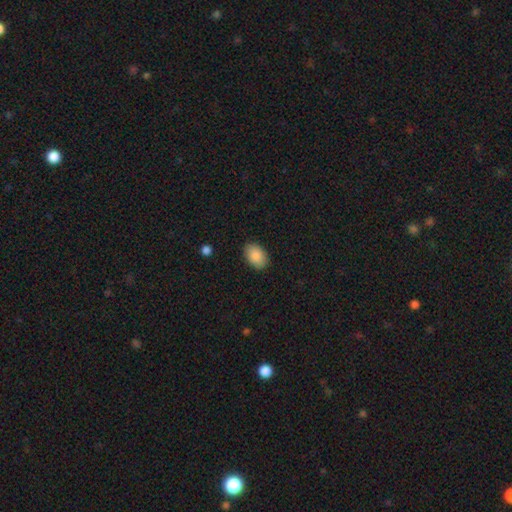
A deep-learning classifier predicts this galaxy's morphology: The model was most divided on "how rounded": in between: 86%, round: 13%, cigar-shaped: 1%. More confident: smooth or featured — smooth (88%); merging — none (88%).